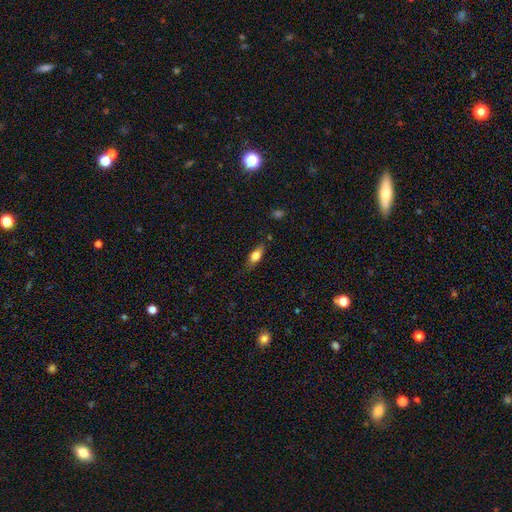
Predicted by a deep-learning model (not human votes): A smooth galaxy with no disk features (71%) that is in between round and cigar-shaped (72%). Merging: none (77%).